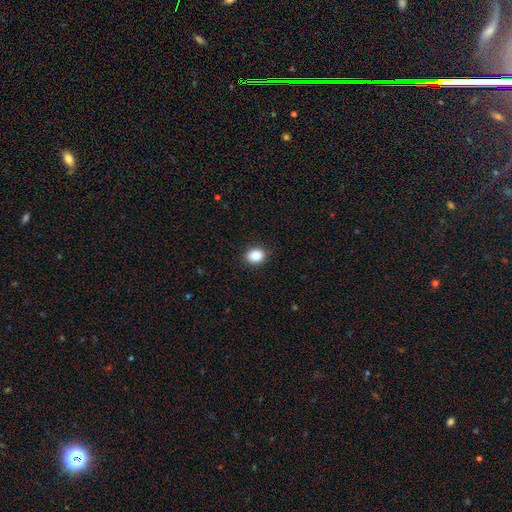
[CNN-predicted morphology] Q: Smooth or featured?
A: smooth (87%); runner-up: star or artifact (9%)
Q: How rounded?
A: round (54%); runner-up: in between (45%)
Q: Merging?
A: none (89%); runner-up: minor disturbance (8%)